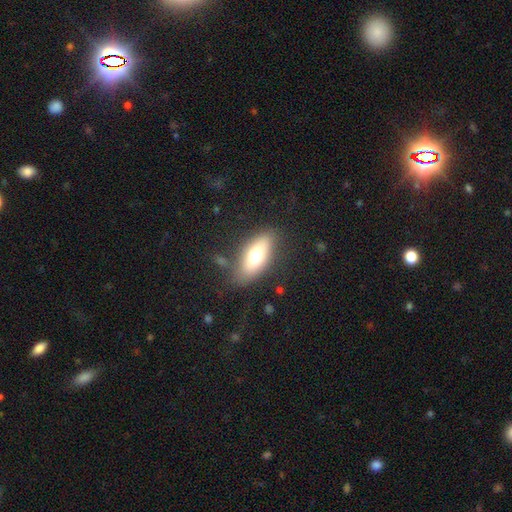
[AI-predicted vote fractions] Smooth or featured?
  - smooth: 64% *
  - featured or disk: 28%
  - star or artifact: 8%
How rounded?
  - in between: 79% *
  - cigar-shaped: 16%
  - round: 5%
Merging?
  - none: 76% *
  - minor disturbance: 15%
  - major disturbance: 6%
  - merger: 3%